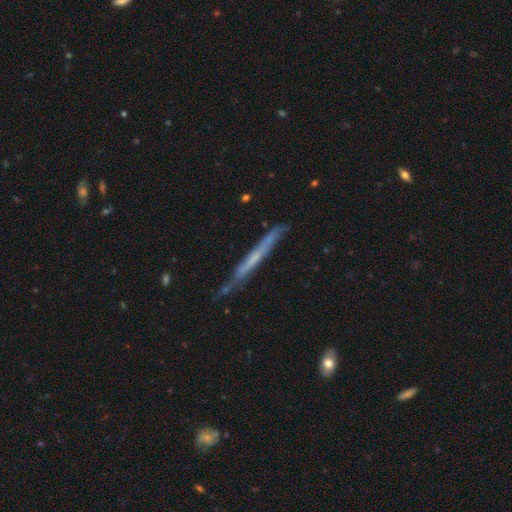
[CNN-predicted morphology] Q: Smooth or featured?
A: featured or disk (63%); runner-up: smooth (28%)
Q: Edge-on disk?
A: yes (94%); runner-up: no (6%)
Q: Edge-on bulge?
A: none (59%); runner-up: rounded (35%)
Q: Merging?
A: none (83%); runner-up: minor disturbance (13%)